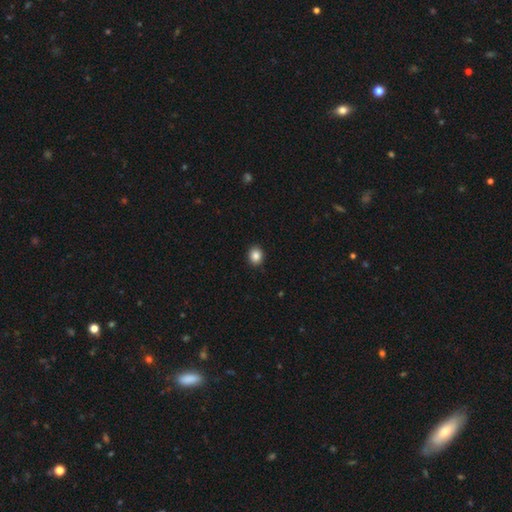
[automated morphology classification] smooth_or_featured: smooth (p=0.86) [alt: star or artifact p=0.10]
how_rounded: round (p=0.70) [alt: in between p=0.29]
merging: none (p=0.92) [alt: minor disturbance p=0.06]